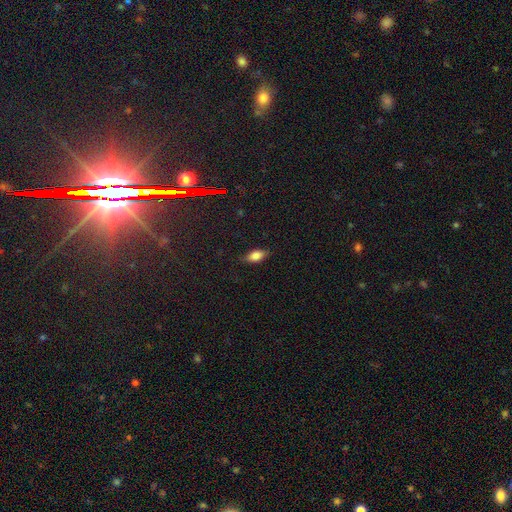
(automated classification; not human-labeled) A smooth galaxy with no disk features (77%) that is in between round and cigar-shaped (84%). Merging: none (82%).